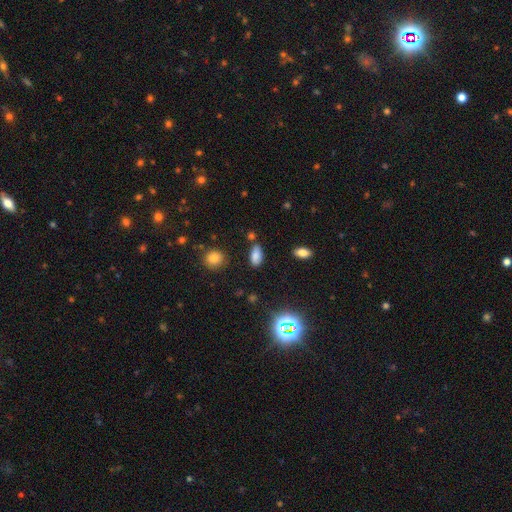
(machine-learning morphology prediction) This appears to be a smooth galaxy with no disk features (80%) that is in between round and cigar-shaped (90%). Merging: none (78%).